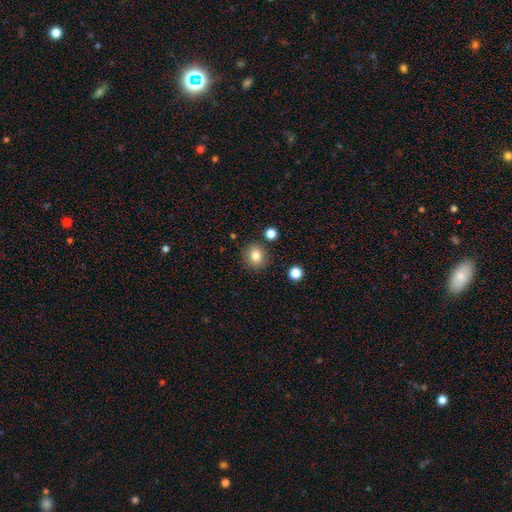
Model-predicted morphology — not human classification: This appears to be a smooth galaxy with no disk features (82%) that is round (85%). Merging: none (86%).